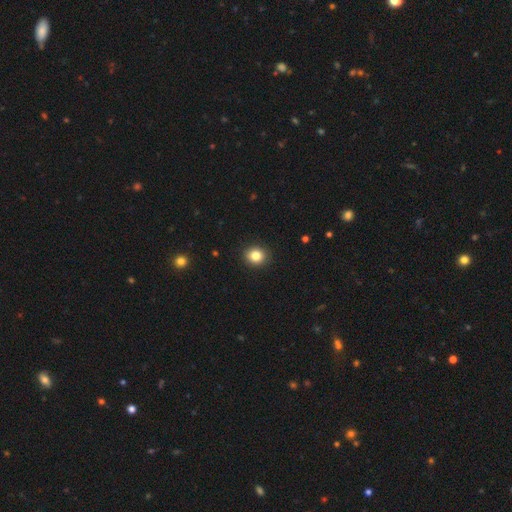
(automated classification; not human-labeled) Smooth or featured? Predicted: smooth (p=0.83). How rounded? Predicted: round (p=0.81). Merging? Predicted: none (p=0.91).